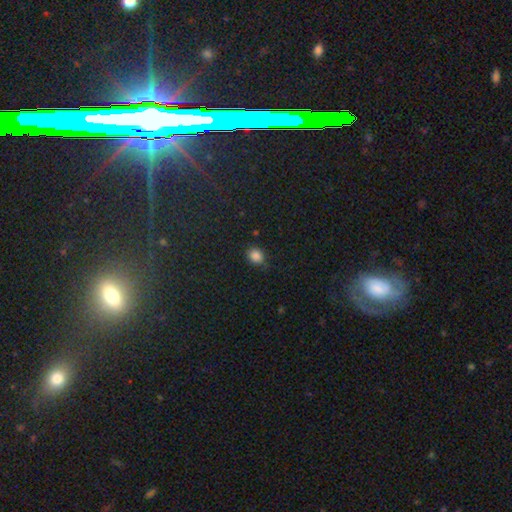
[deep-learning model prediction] This is clearly a smooth galaxy (84%). How rounded: likely round (63%). Merging: likely none (75%).